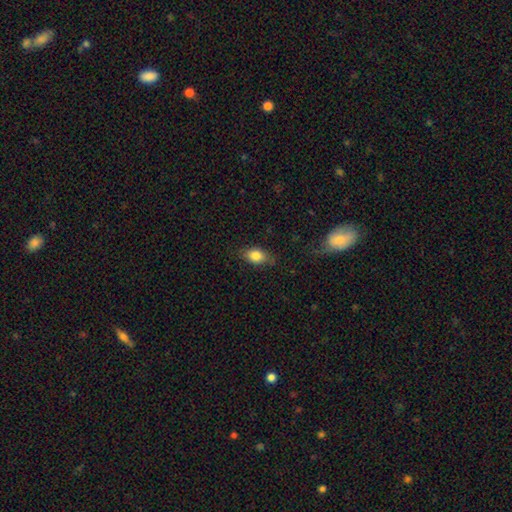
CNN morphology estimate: Smooth or featured: smooth — 83% (star or artifact — 9%)
How rounded: in between — 77% (round — 21%)
Merging: none — 76% (minor disturbance — 19%)